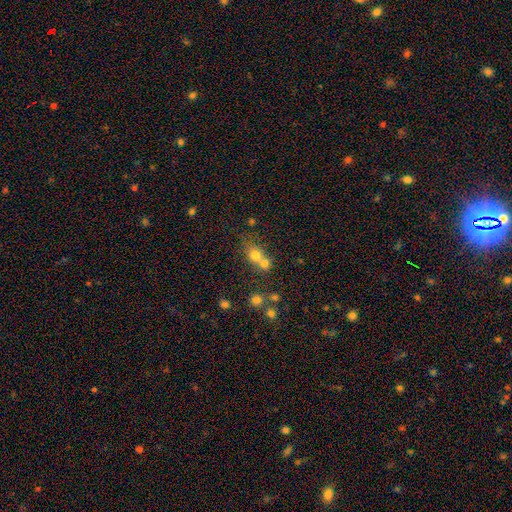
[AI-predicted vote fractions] Overall: smooth (71%). How rounded: round (68%; in between 30%). Merging: merger (58%; none 32%).